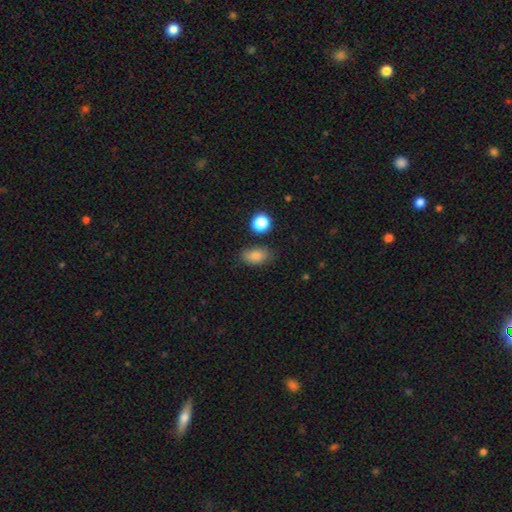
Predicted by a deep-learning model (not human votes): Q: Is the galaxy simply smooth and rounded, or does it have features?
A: smooth — 84%.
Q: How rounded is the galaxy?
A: in between — 86%.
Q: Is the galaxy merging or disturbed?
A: none — 74%.